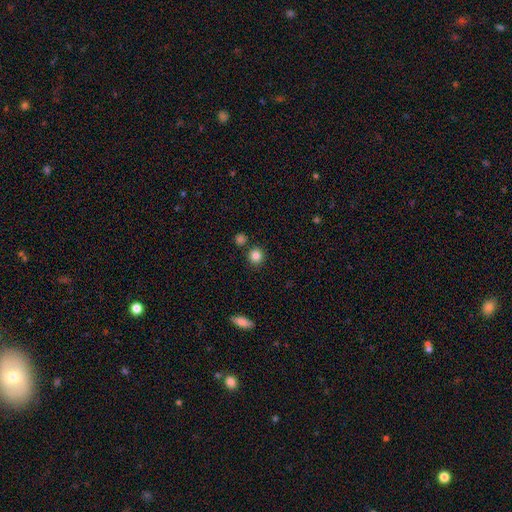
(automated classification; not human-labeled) smooth_or_featured: smooth (p=0.85) [alt: star or artifact p=0.11]
how_rounded: round (p=0.92) [alt: in between p=0.07]
merging: none (p=0.85) [alt: minor disturbance p=0.06]